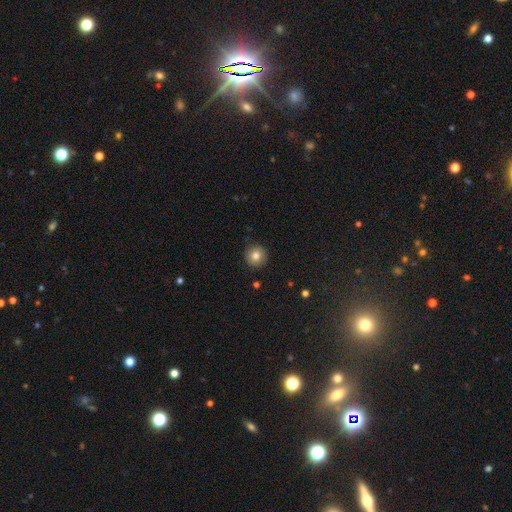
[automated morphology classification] type=smooth (80%); roundness=round (94%); merging=none (90%).